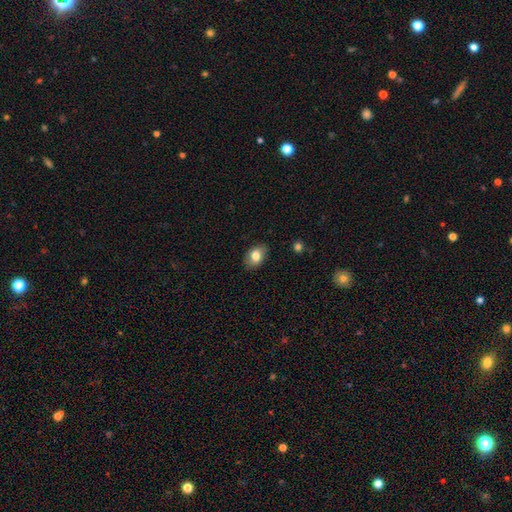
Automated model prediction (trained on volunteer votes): smooth-or-featured: smooth: 82% | featured or disk: 10% | star or artifact: 8%
  how-rounded: in between: 78% | round: 21% | cigar-shaped: 1%
  merging: none: 84% | minor disturbance: 12% | major disturbance: 2% | merger: 1%